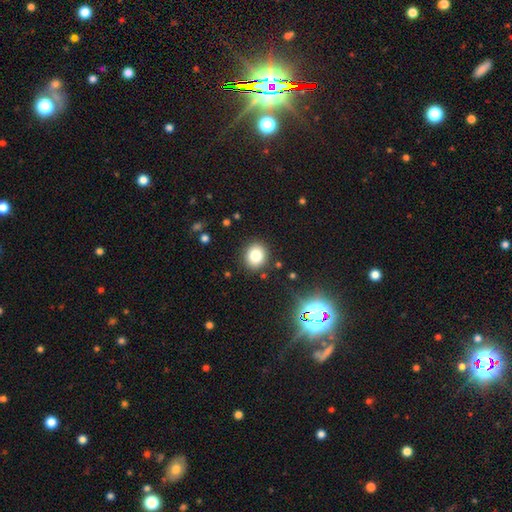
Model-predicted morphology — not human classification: A smooth galaxy with no disk features (79%) that is round (78%). Merging: none (89%).